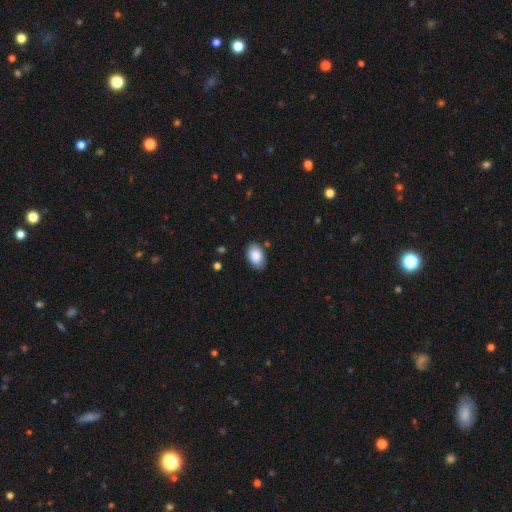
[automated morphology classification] Q: Smooth or featured?
A: smooth (88%); runner-up: star or artifact (7%)
Q: How rounded?
A: in between (88%); runner-up: round (11%)
Q: Merging?
A: none (81%); runner-up: minor disturbance (15%)